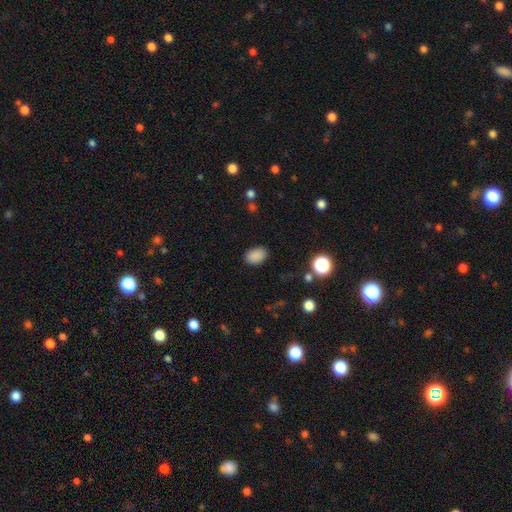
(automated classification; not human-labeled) smooth 86%, star or artifact 10%, featured or disk 3%. Down the decision tree: how rounded — in between (84%); merging — none (87%).